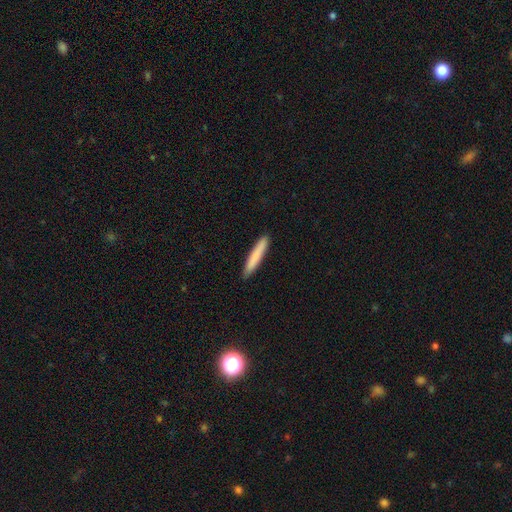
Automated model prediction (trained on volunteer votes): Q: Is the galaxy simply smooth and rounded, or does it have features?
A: smooth — 81%.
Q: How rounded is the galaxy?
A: cigar-shaped — 95%.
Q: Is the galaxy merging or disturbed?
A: none — 91%.